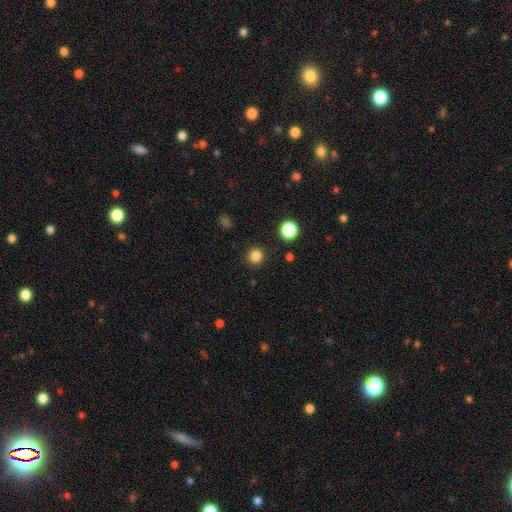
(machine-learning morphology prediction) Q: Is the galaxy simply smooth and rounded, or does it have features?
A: smooth — 84%.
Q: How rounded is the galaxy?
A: round — 94%.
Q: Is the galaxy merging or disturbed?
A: none — 91%.